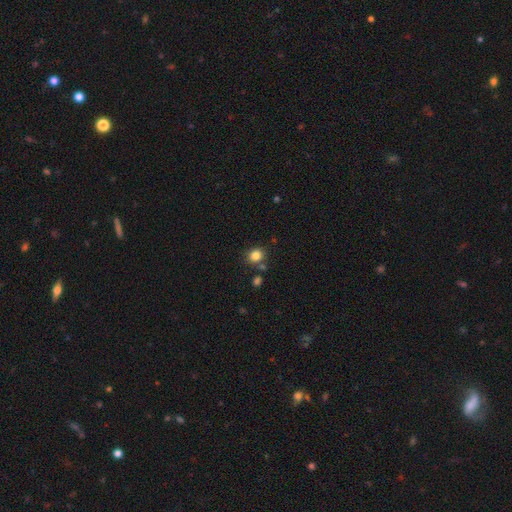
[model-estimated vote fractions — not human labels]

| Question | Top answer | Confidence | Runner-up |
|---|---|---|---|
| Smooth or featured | smooth | 83% | star or artifact (12%) |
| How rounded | round | 72% | in between (27%) |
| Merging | none | 76% | minor disturbance (11%) |